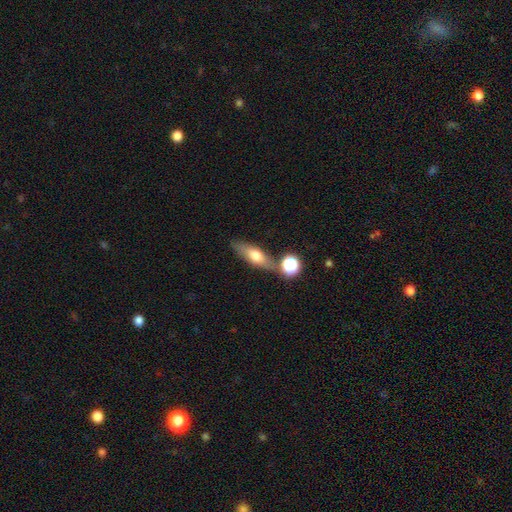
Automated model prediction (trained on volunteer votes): Smooth or featured? smooth (62%)
How rounded? in between (56%)
Merging? none (69%)